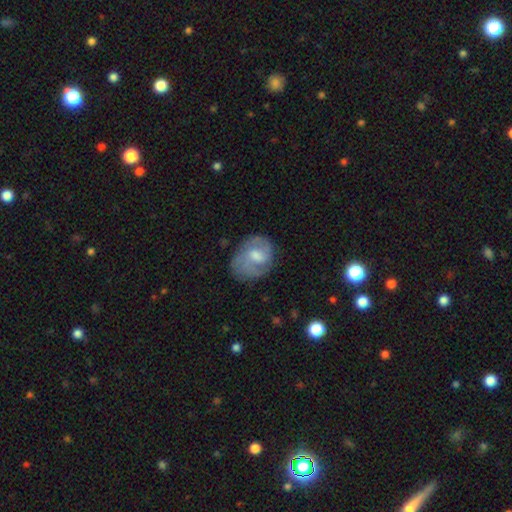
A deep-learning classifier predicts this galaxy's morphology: smooth_or_featured: featured or disk (p=0.58) [alt: smooth p=0.34]
disk_edge_on: no (p=0.97) [alt: yes p=0.03]
bar: weak (p=0.47) [alt: no p=0.44]
has_spiral_arms: yes (p=0.80) [alt: no p=0.20]
bulge_size: moderate (p=0.53) [alt: small p=0.28]
merging: none (p=0.62) [alt: minor disturbance p=0.24]